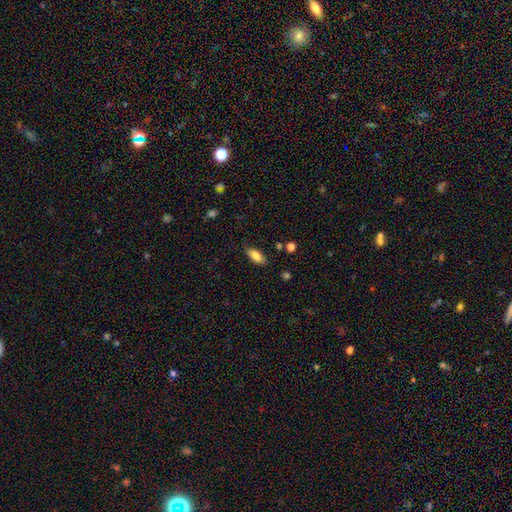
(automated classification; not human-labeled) Smooth or featured? smooth (83%)
How rounded? in between (85%)
Merging? none (83%)